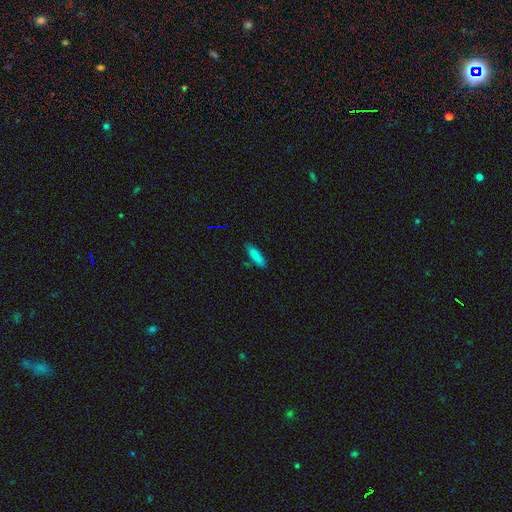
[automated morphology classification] Smooth or featured?
  - smooth: 84% *
  - star or artifact: 9%
  - featured or disk: 7%
How rounded?
  - cigar-shaped: 68% *
  - in between: 30%
  - round: 2%
Merging?
  - none: 83% *
  - minor disturbance: 12%
  - major disturbance: 2%
  - merger: 2%